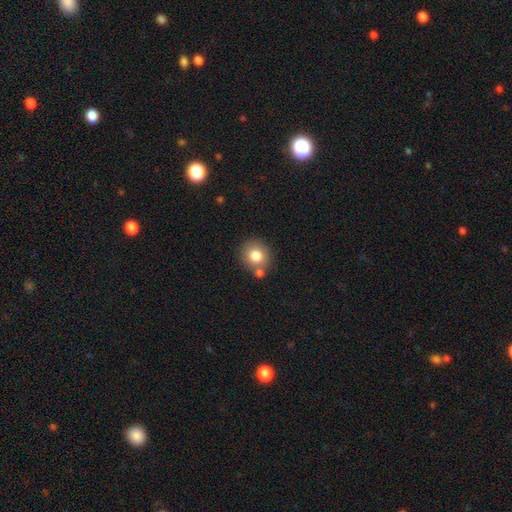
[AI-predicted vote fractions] smooth-or-featured: smooth: 80% | featured or disk: 11% | star or artifact: 9%
  how-rounded: round: 84% | in between: 15% | cigar-shaped: 1%
  merging: none: 66% | merger: 19% | minor disturbance: 11% | major disturbance: 3%